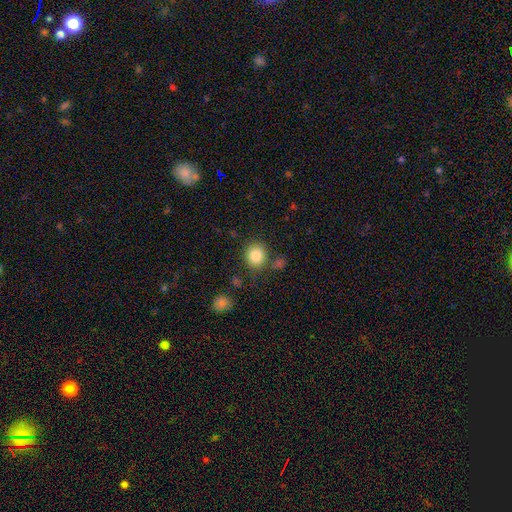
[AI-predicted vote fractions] Smooth or featured: smooth — 84% (star or artifact — 10%)
How rounded: round — 81% (in between — 18%)
Merging: none — 76% (minor disturbance — 12%)